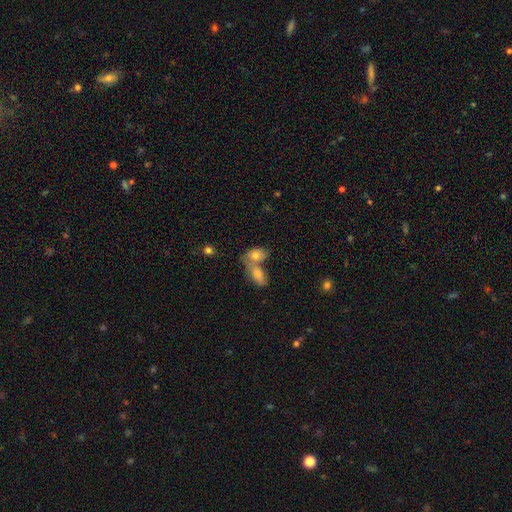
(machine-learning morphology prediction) This appears to be a smooth galaxy with no disk features (54%) that is in between round and cigar-shaped (62%). Merging: merger (55%).